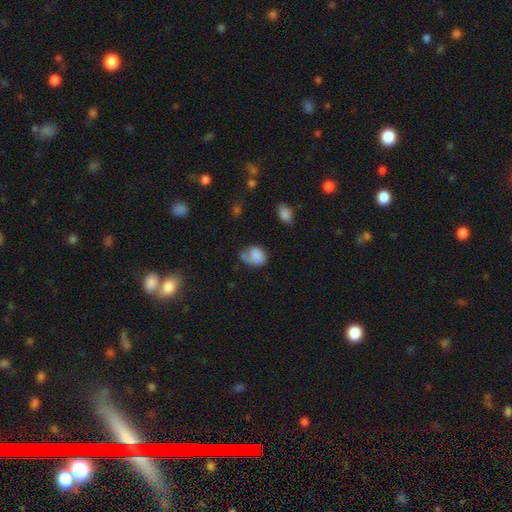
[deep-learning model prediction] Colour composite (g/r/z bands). It shows a smooth galaxy with no disk features (72%) that is in between round and cigar-shaped (68%). Merging: none (33%).